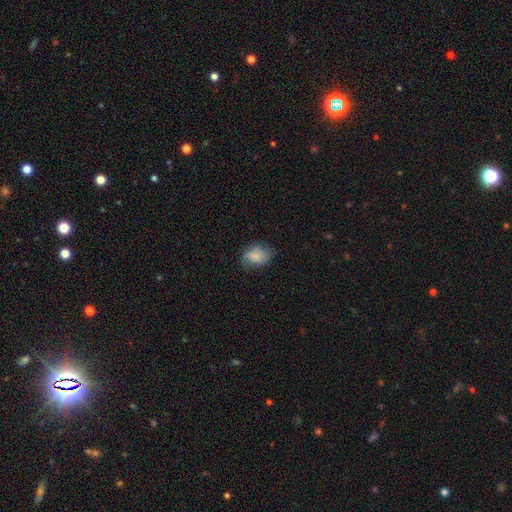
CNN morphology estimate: This appears to be a smooth galaxy with no disk features (73%) that is in between round and cigar-shaped (73%). Merging: none (57%).